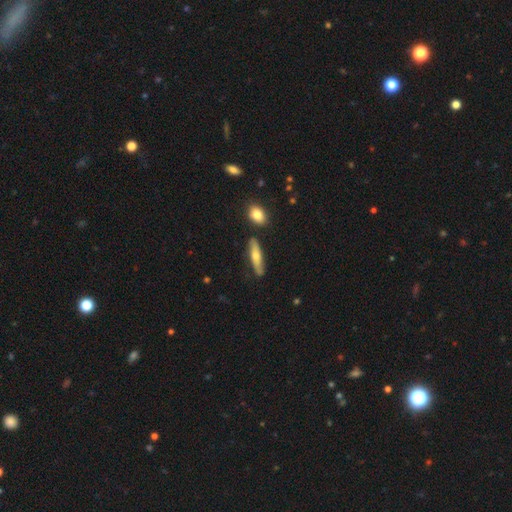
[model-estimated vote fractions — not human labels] smooth_or_featured: smooth (p=0.47) [alt: featured or disk p=0.45]
merging: none (p=0.80) [alt: minor disturbance p=0.14]